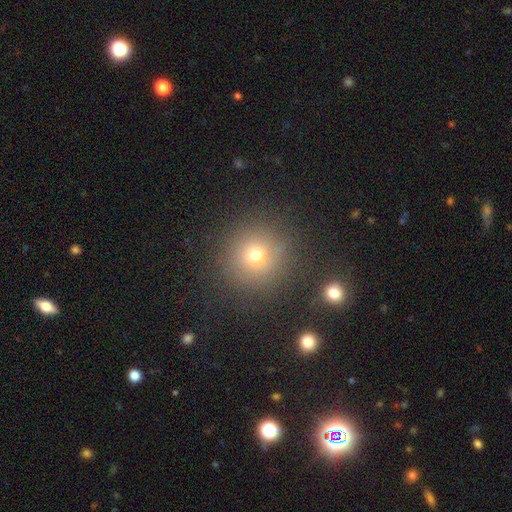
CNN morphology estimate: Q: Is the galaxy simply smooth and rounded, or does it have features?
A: smooth — 70%.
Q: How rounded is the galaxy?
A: round — 93%.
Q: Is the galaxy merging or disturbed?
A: none — 85%.